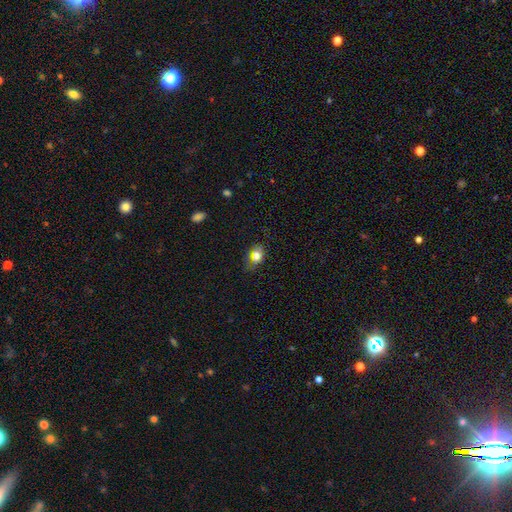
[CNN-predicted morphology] Smooth or featured?
  - smooth: 69% *
  - star or artifact: 16%
  - featured or disk: 15%
How rounded?
  - in between: 77% *
  - round: 20%
  - cigar-shaped: 3%
Merging?
  - none: 72% *
  - minor disturbance: 20%
  - major disturbance: 7%
  - merger: 2%